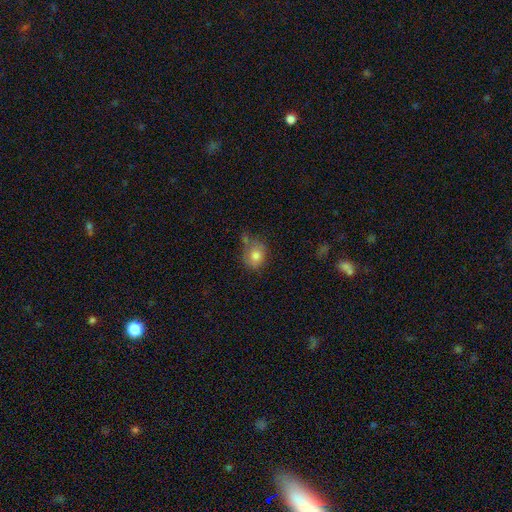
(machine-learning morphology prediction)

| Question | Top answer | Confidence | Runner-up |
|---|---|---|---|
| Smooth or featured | smooth | 78% | featured or disk (13%) |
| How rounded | round | 63% | in between (36%) |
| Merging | none | 55% | minor disturbance (23%) |